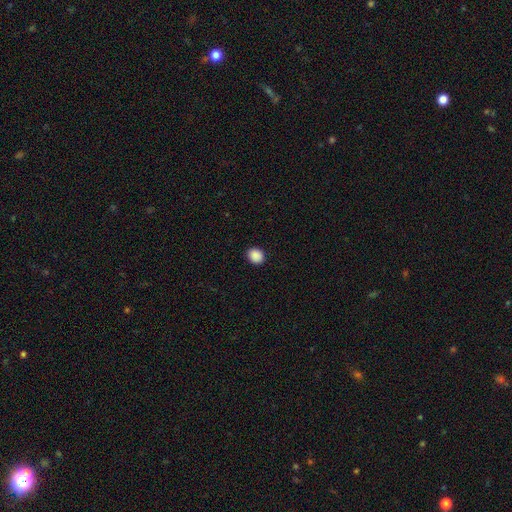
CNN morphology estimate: This is clearly a smooth galaxy (90%). How rounded: likely round (64%). Merging: clearly none (91%).